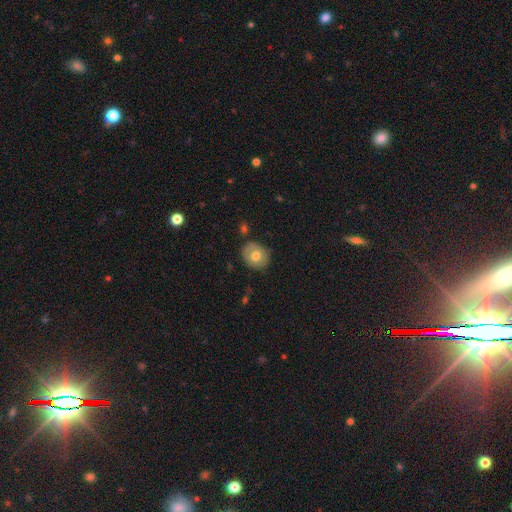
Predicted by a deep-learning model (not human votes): Overall: smooth (65%; featured or disk 28%). How rounded: round (72%). Merging: none (80%).